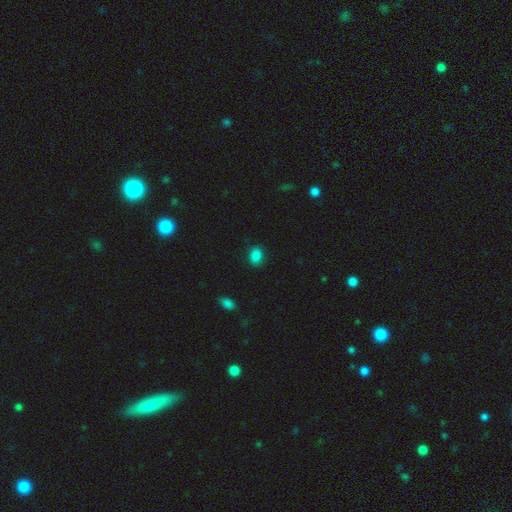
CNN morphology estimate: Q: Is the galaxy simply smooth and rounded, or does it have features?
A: smooth — 85%.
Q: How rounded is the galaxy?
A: in between — 59%.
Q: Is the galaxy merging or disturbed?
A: none — 87%.